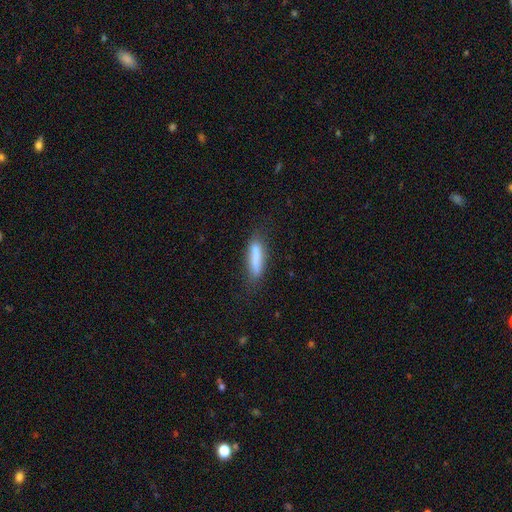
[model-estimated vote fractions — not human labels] Overall: smooth (77%). How rounded: cigar-shaped (79%). Merging: none (75%).